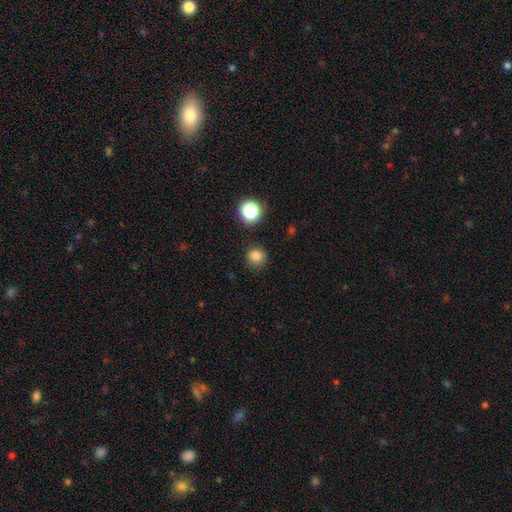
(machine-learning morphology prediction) smooth_or_featured: smooth (p=0.79) [alt: star or artifact p=0.15]
how_rounded: round (p=0.92) [alt: in between p=0.08]
merging: none (p=0.88) [alt: minor disturbance p=0.08]